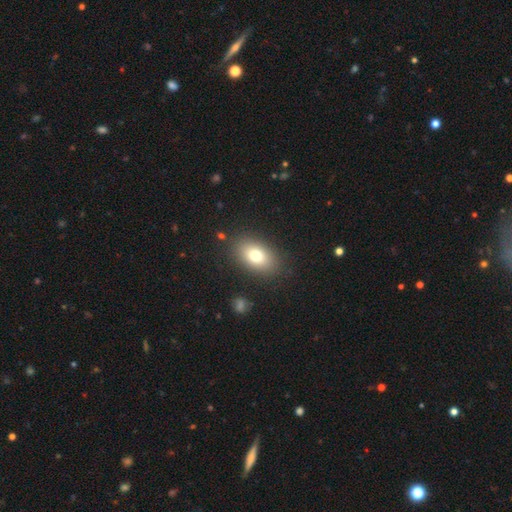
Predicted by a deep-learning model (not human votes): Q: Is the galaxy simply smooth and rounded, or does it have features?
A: smooth — 76%.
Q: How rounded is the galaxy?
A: in between — 86%.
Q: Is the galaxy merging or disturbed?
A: none — 85%.